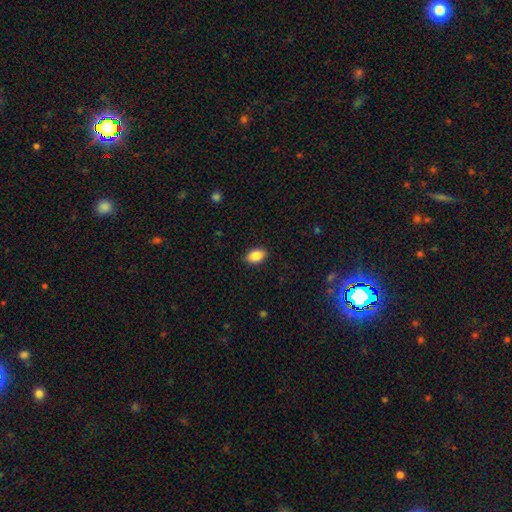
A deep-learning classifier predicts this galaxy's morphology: Smooth or featured? smooth (88%)
How rounded? in between (88%)
Merging? none (89%)